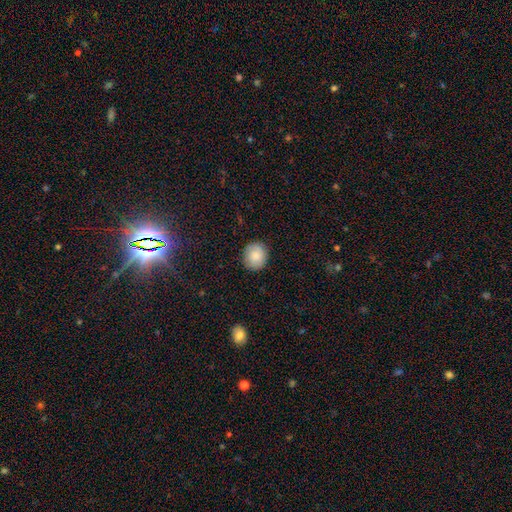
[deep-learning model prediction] A smooth galaxy with no disk features (85%) that is round (77%). Merging: none (88%).